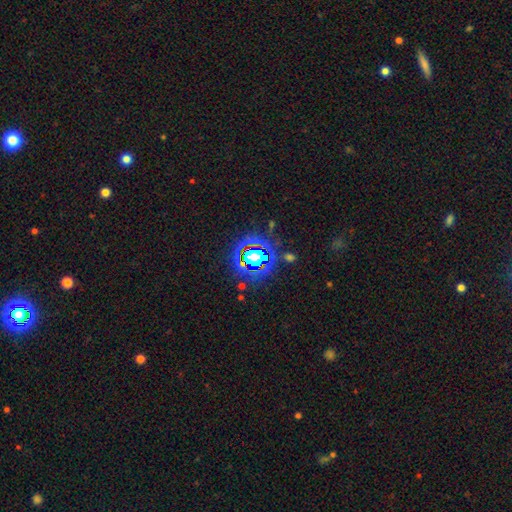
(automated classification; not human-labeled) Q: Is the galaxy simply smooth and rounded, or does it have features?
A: star or artifact — 61%.